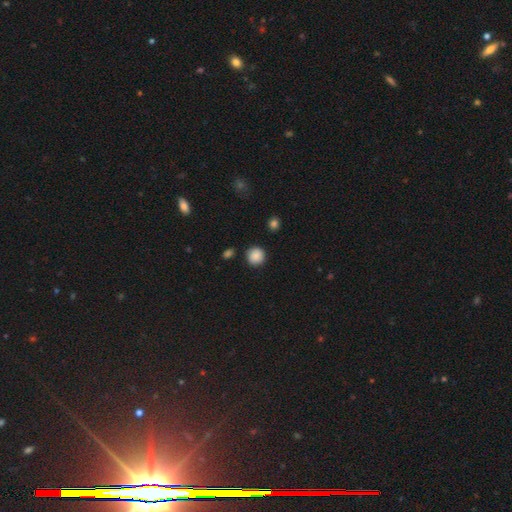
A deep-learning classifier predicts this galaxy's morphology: This is clearly a smooth galaxy (87%). How rounded: clearly round (92%). Merging: clearly none (87%).